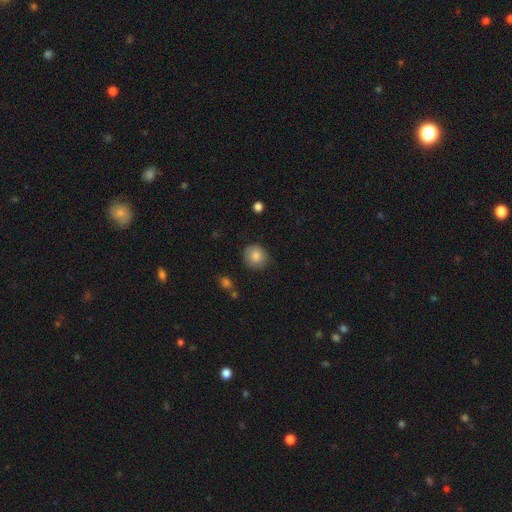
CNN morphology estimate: type=smooth (85%); roundness=round (86%); merging=none (82%).